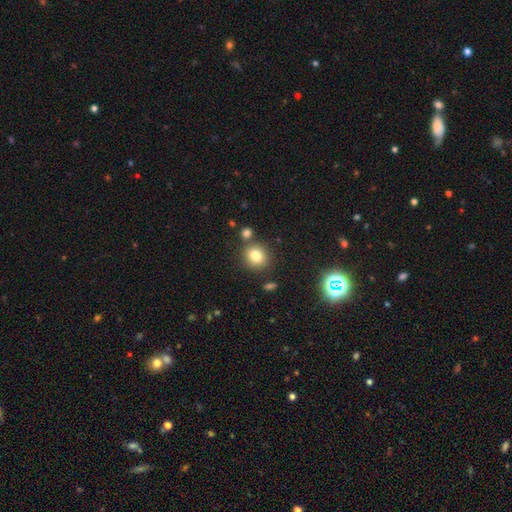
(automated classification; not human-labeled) The model was most divided on "how rounded": round: 82%, in between: 17%, cigar-shaped: 1%. More confident: smooth or featured — smooth (79%); merging — none (78%).